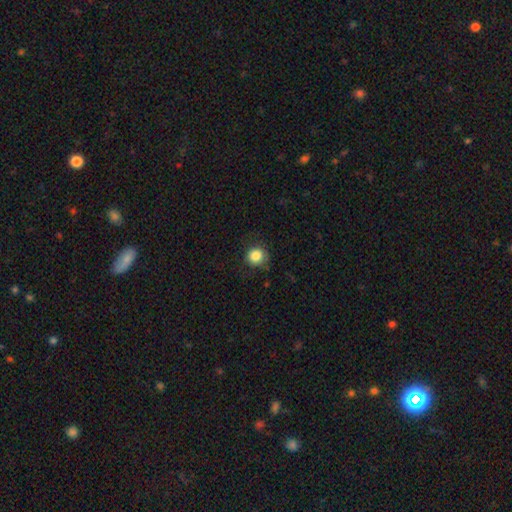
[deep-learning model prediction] A smooth galaxy with no disk features (85%) that is round (91%).

Vote fractions:
- Smooth or featured? smooth: 85% / star or artifact: 10% / featured or disk: 5%
- How rounded? round: 91% / in between: 8% / cigar-shaped: 1%
- Merging? none: 81% / minor disturbance: 14% / major disturbance: 4% / merger: 1%